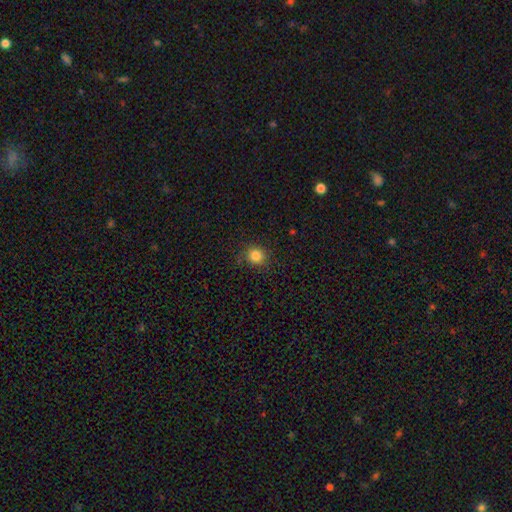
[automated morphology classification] Overall: smooth (84%). How rounded: round (87%). Merging: none (86%).